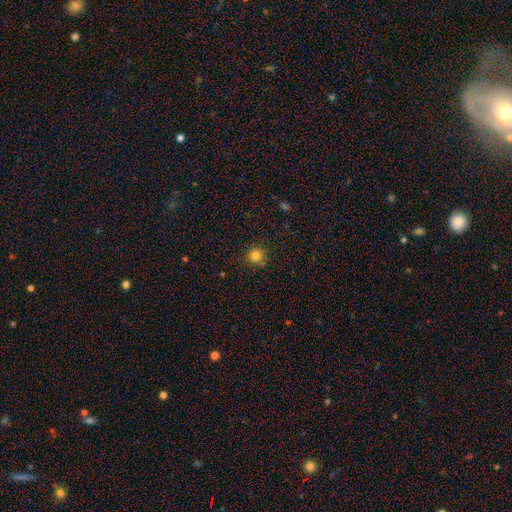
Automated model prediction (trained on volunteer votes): The model was most divided on "smooth or featured": smooth: 81%, star or artifact: 14%, featured or disk: 6%. More confident: how rounded — round (93%); merging — none (85%).